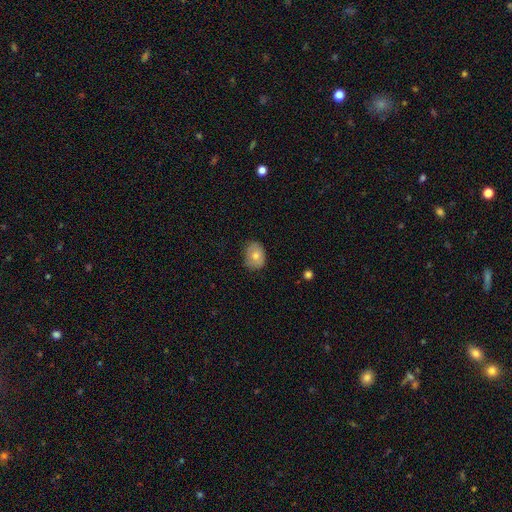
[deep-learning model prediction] A smooth galaxy with no disk features (68%) that is in between round and cigar-shaped (59%).

Vote fractions:
- Smooth or featured? smooth: 68% / featured or disk: 23% / star or artifact: 9%
- How rounded? in between: 59% / round: 40% / cigar-shaped: 1%
- Merging? none: 79% / minor disturbance: 17% / major disturbance: 3% / merger: 1%